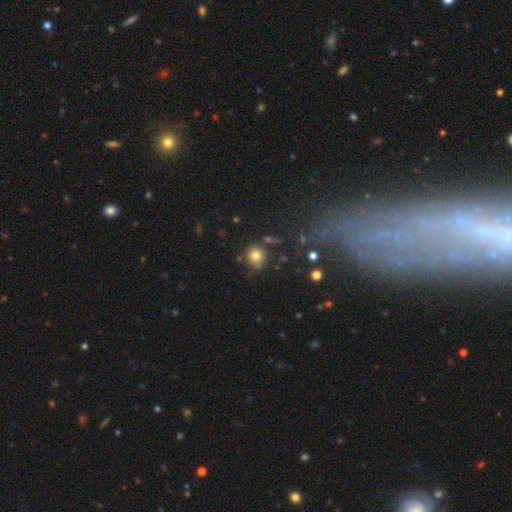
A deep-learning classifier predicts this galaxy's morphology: smooth-or-featured: smooth: 79% | star or artifact: 13% | featured or disk: 8%
  how-rounded: round: 90% | in between: 9% | cigar-shaped: 1%
  merging: none: 73% | minor disturbance: 14% | merger: 9% | major disturbance: 4%